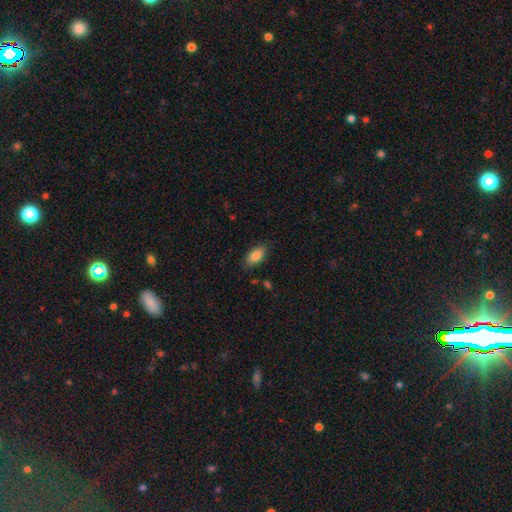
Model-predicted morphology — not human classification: A smooth galaxy with no disk features (85%) that is in between round and cigar-shaped (92%). Merging: none (82%).